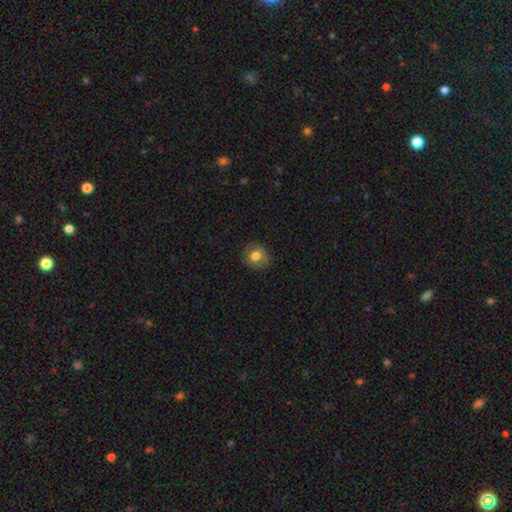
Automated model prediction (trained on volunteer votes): This appears to be a smooth galaxy with no disk features (74%) that is round (80%). Merging: none (84%).